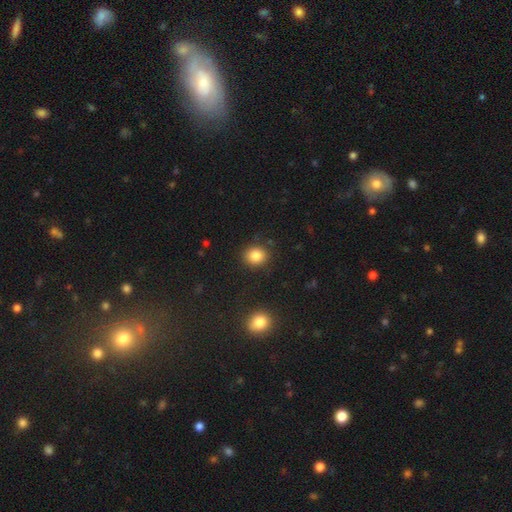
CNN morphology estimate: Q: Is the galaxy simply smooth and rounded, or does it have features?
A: smooth — 84%.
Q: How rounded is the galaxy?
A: round — 77%.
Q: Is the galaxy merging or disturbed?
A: none — 87%.